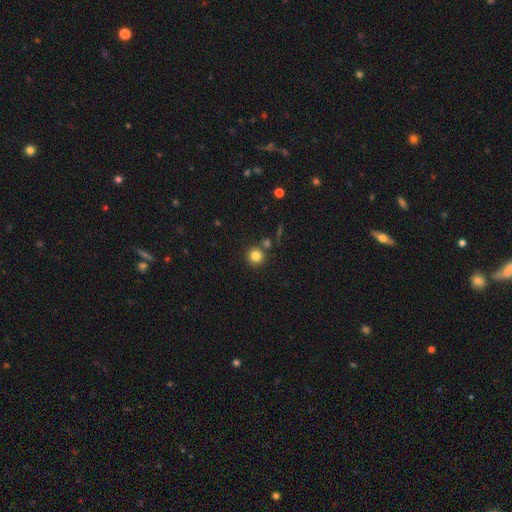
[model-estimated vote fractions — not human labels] Smooth or featured? Predicted: smooth (p=0.82). How rounded? Predicted: round (p=0.93). Merging? Predicted: none (p=0.79).